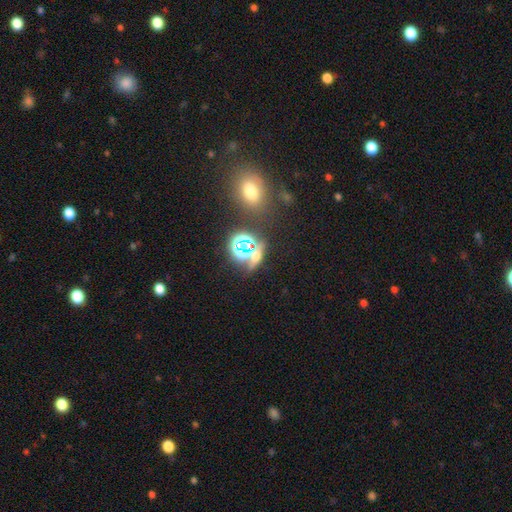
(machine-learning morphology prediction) type=star or artifact (52%).